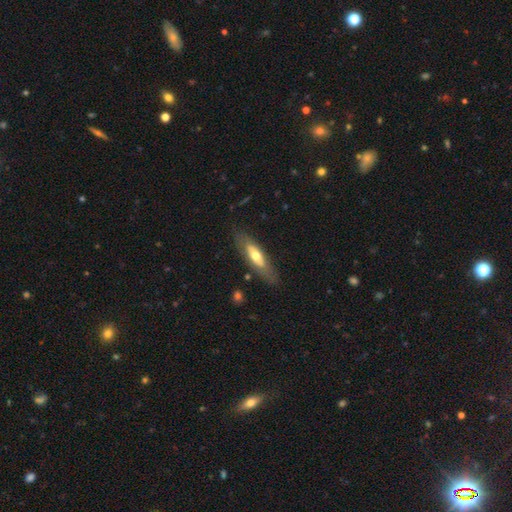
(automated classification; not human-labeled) A featured or disk galaxy (49%).

Vote fractions:
- Smooth or featured? featured or disk: 49% / smooth: 46% / star or artifact: 5%
- Merging? none: 77% / minor disturbance: 15% / major disturbance: 5% / merger: 2%